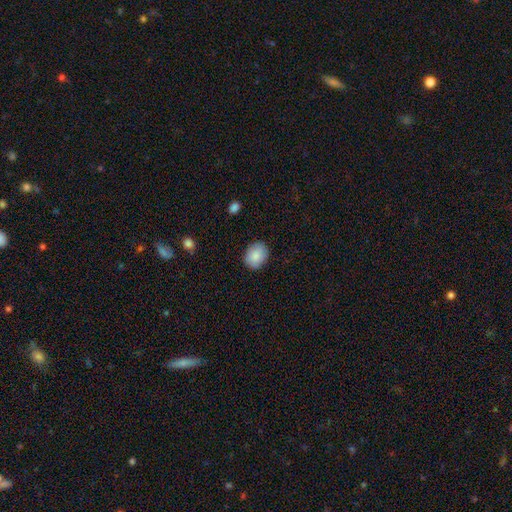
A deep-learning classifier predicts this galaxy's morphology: Smooth or featured? smooth (86%)
How rounded? in between (64%)
Merging? none (86%)